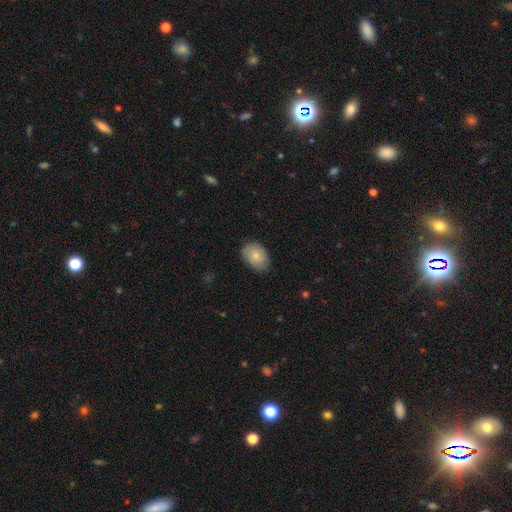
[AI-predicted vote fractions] Smooth or featured? smooth (77%)
How rounded? in between (82%)
Merging? none (81%)